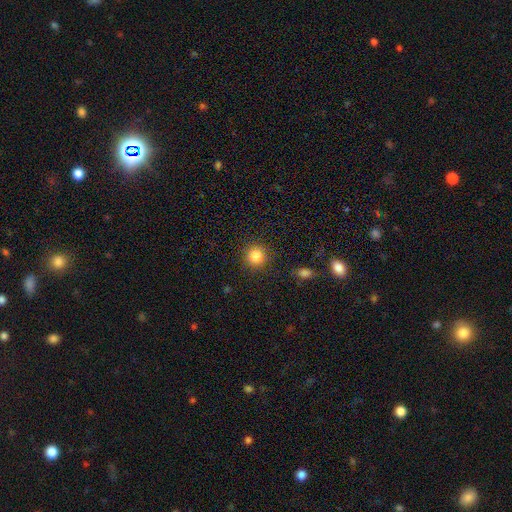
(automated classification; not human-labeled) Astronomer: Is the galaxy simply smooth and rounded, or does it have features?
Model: smooth — 84%.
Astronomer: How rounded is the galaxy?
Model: round — 93%.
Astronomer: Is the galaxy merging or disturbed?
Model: none — 89%.